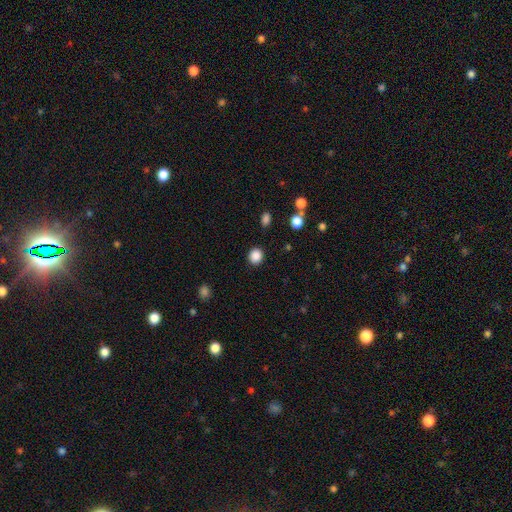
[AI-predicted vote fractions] smooth_or_featured: smooth (p=0.87) [alt: star or artifact p=0.10]
how_rounded: round (p=0.80) [alt: in between p=0.19]
merging: none (p=0.89) [alt: minor disturbance p=0.07]